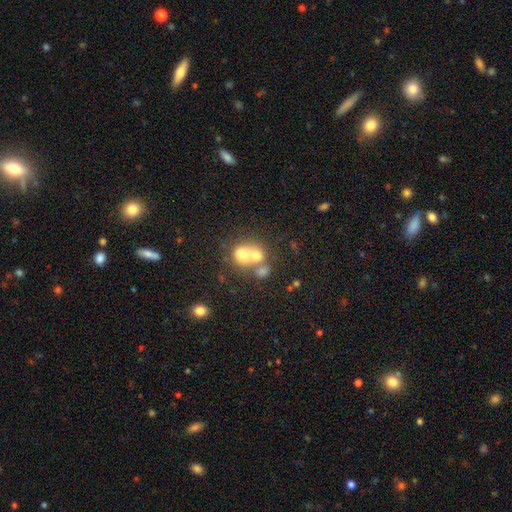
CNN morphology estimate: Smooth or featured?
  - smooth: 65% *
  - featured or disk: 23%
  - star or artifact: 13%
How rounded?
  - round: 72% *
  - in between: 27%
  - cigar-shaped: 1%
Merging?
  - merger: 64% *
  - none: 26%
  - minor disturbance: 6%
  - major disturbance: 4%